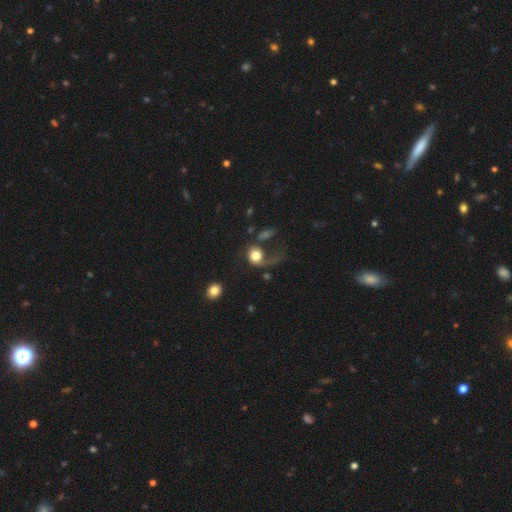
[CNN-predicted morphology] Smooth or featured: smooth — 61% (featured or disk — 30%)
How rounded: round — 73% (in between — 26%)
Merging: major disturbance — 56% (none — 23%)